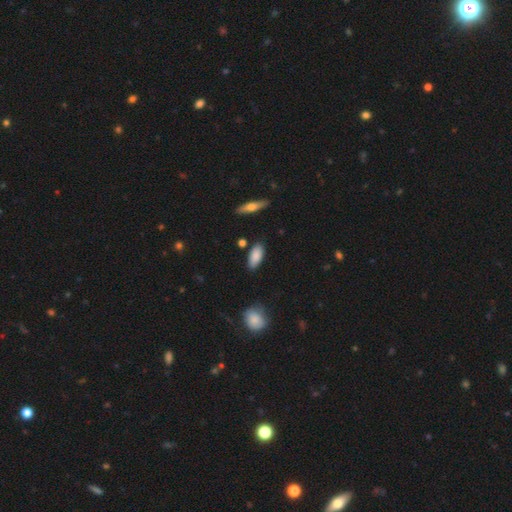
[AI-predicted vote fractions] smooth_or_featured: smooth (p=0.87) [alt: featured or disk p=0.07]
how_rounded: in between (p=0.87) [alt: cigar-shaped p=0.11]
merging: none (p=0.82) [alt: minor disturbance p=0.13]